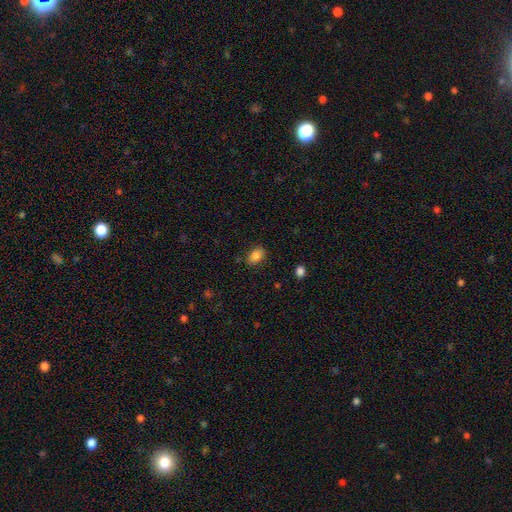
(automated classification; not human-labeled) Smooth or featured? smooth (85%)
How rounded? in between (86%)
Merging? none (82%)